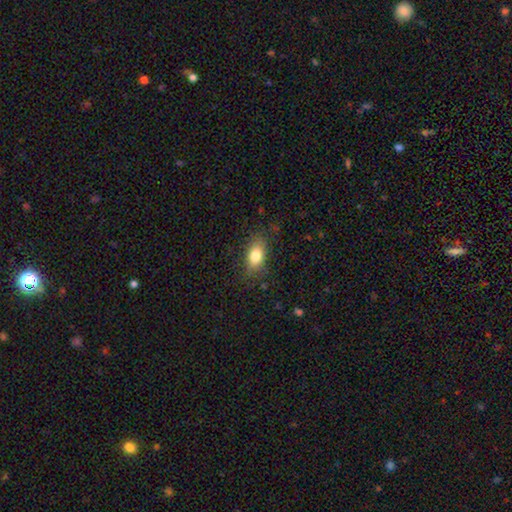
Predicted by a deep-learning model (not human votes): Overall: smooth (80%). How rounded: in between (85%). Merging: none (80%).